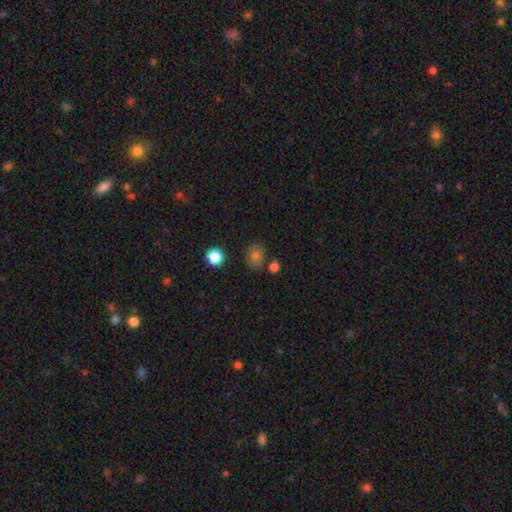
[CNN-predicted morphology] Q: Smooth or featured?
A: smooth (75%); runner-up: star or artifact (16%)
Q: How rounded?
A: round (57%); runner-up: in between (42%)
Q: Merging?
A: none (76%); runner-up: minor disturbance (12%)